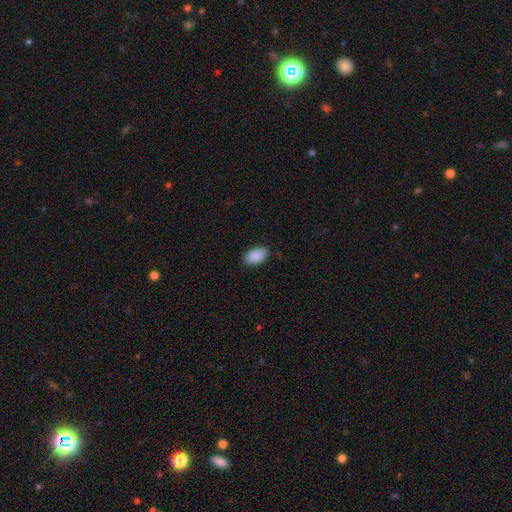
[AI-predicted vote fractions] smooth_or_featured: smooth (p=0.91) [alt: star or artifact p=0.07]
how_rounded: in between (p=0.95) [alt: round p=0.04]
merging: none (p=0.86) [alt: minor disturbance p=0.11]